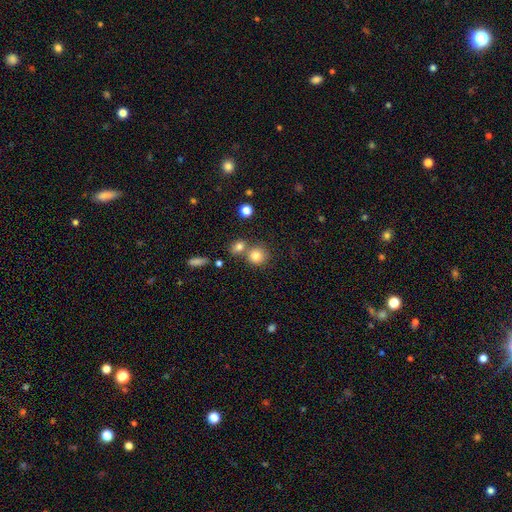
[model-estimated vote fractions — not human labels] A smooth galaxy with no disk features (81%) that is round (86%). Merging: none (59%).